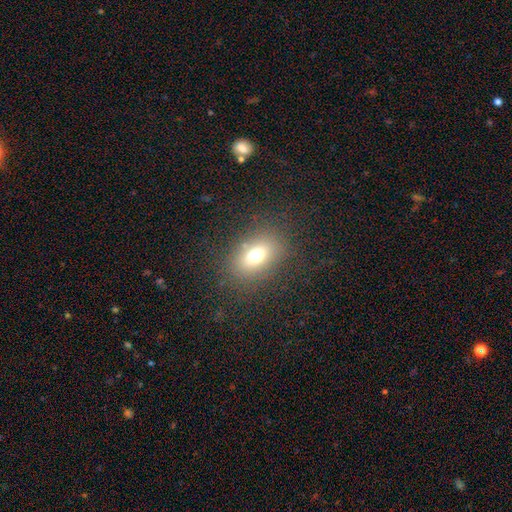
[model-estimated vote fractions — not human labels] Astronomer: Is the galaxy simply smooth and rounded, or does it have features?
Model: smooth — 70%.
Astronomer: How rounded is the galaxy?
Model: in between — 69%.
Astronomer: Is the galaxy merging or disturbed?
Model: none — 81%.